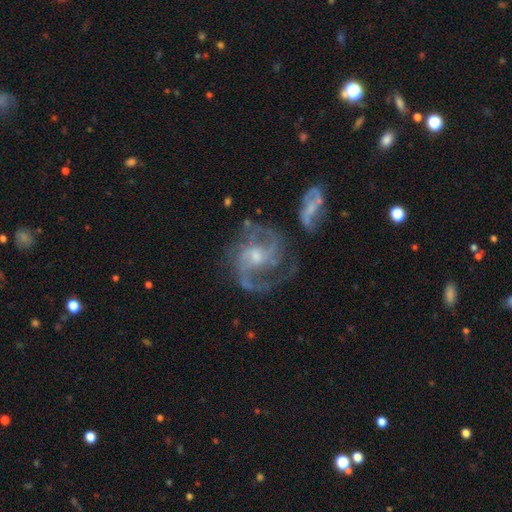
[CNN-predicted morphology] smooth-or-featured: featured or disk: 88% | star or artifact: 6% | smooth: 6%
  disk-edge-on: no: 97% | yes: 3%
    bar: no: 45% | weak: 43% | strong: 12%
    has-spiral-arms: yes: 95% | no: 5%
      spiral-winding: medium: 54% | tight: 23% | loose: 23%
      spiral-arm-count: 2: 60% | 3: 15% | can't tell: 12% | 1: 5% | 4: 4% | more than 4: 3%
    bulge-size: small: 48% | moderate: 44% | none: 4% | large: 3% | dominant: 1%
  merging: none: 57% | minor disturbance: 18% | major disturbance: 16% | merger: 8%